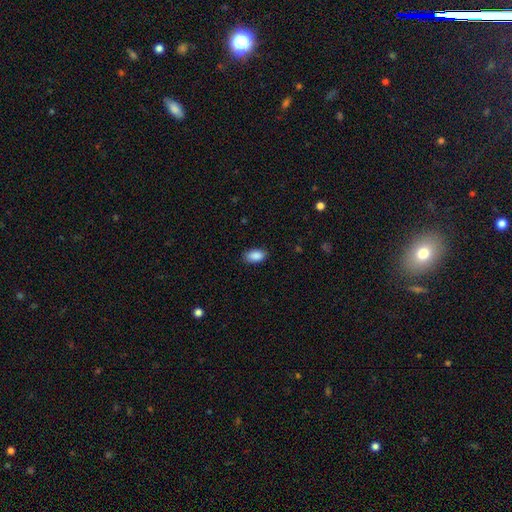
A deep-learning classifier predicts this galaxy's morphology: Smooth or featured? smooth (89%)
How rounded? in between (93%)
Merging? none (86%)